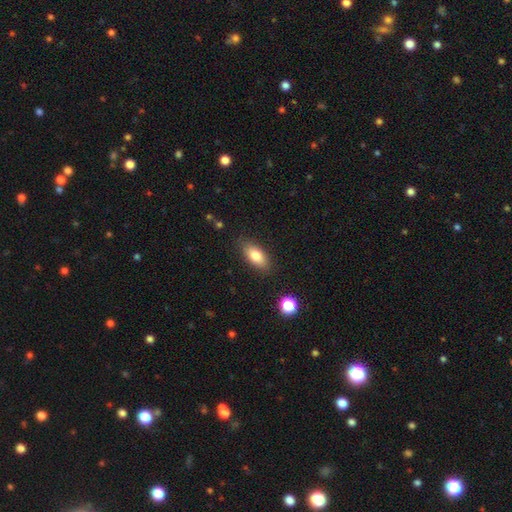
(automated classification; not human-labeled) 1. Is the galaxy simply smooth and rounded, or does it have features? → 80% smooth, 12% featured or disk, 8% star or artifact.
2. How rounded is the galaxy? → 86% in between, 10% cigar-shaped, 4% round.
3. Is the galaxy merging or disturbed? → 85% none, 11% minor disturbance, 3% major disturbance, 1% merger.